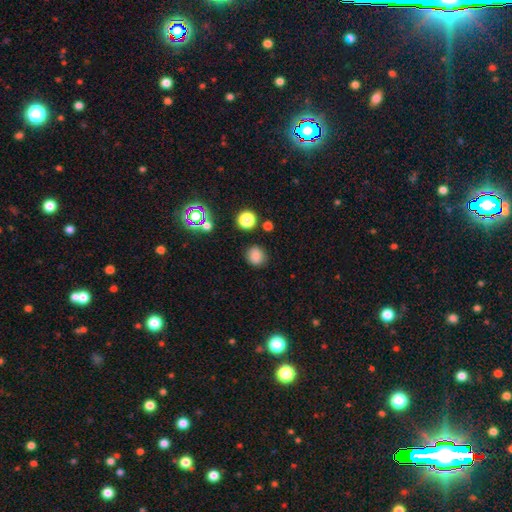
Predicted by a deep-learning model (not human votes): smooth 80%, star or artifact 14%, featured or disk 6%. Down the decision tree: how rounded — round (85%); merging — none (86%).